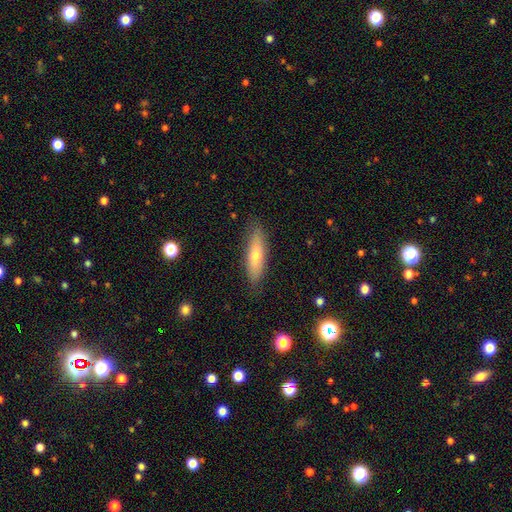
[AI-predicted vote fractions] A smooth galaxy with no disk features (63%) that is cigar-shaped (61%). Merging: none (85%).